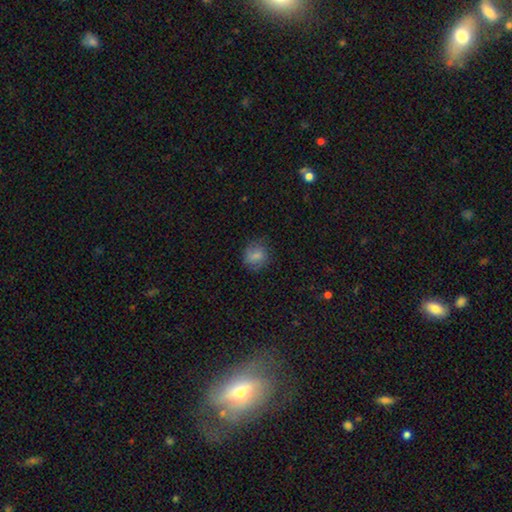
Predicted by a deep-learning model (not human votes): This is likely a smooth galaxy (78%). How rounded: likely round (74%). Merging: likely none (75%).